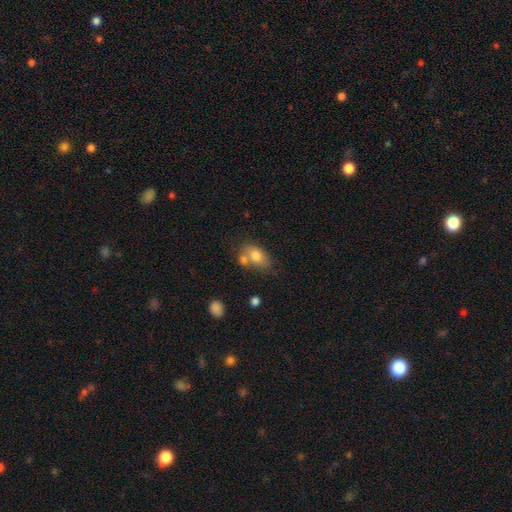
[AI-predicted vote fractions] Smooth or featured? smooth (76%)
How rounded? in between (84%)
Merging? none (46%)